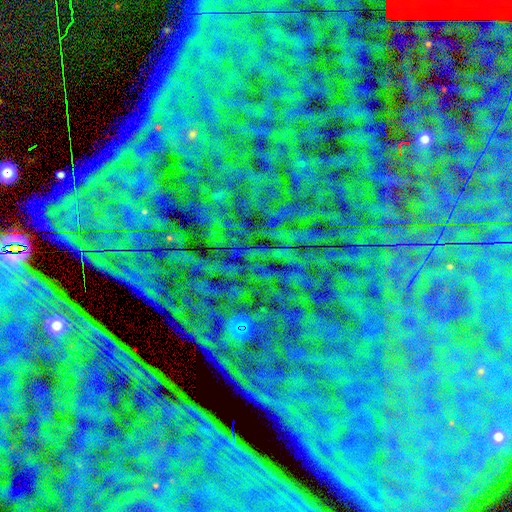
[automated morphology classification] A star or artifact, not a galaxy (86%).

Vote fractions:
- Smooth or featured? star or artifact: 86% / featured or disk: 8% / smooth: 7%